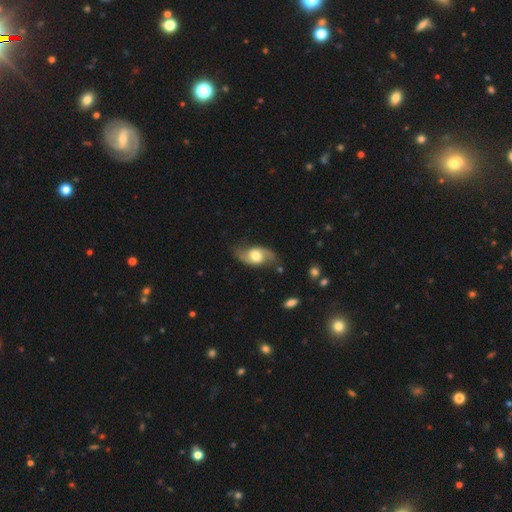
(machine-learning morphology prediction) Smooth or featured: featured or disk — 73% (smooth — 21%)
Edge-on disk: no — 94% (yes — 6%)
Bar: no — 60% (weak — 32%)
Spiral arms: yes — 91% (no — 9%)
Spiral winding: loose — 62% (medium — 30%)
Spiral arm count: 2 — 92% (can't tell — 4%)
Bulge size: moderate — 60% (large — 25%)
Merging: none — 73% (minor disturbance — 18%)